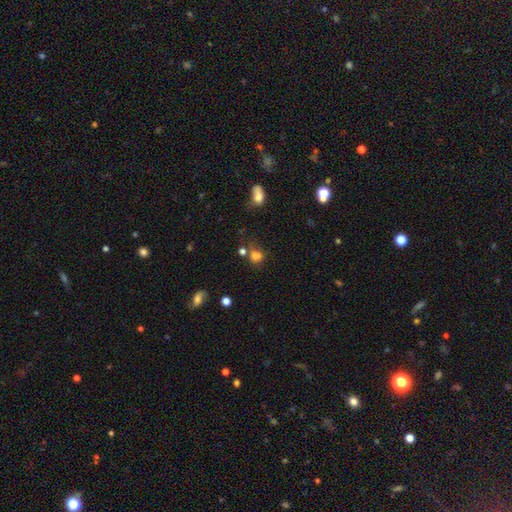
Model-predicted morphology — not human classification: type=smooth (75%); roundness=round (63%); merging=none (50%).